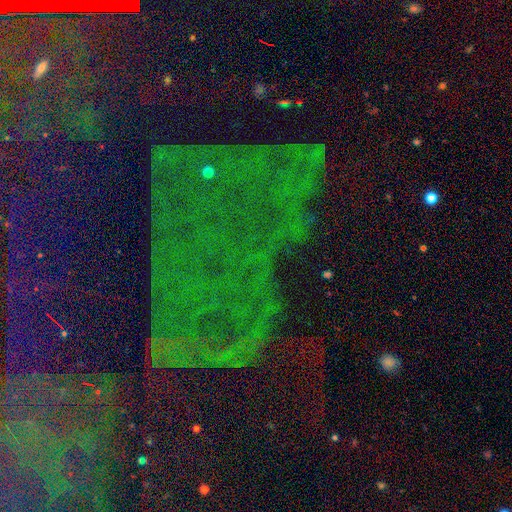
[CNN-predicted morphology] A star or artifact, not a galaxy (80%).

Vote fractions:
- Smooth or featured? star or artifact: 80% / featured or disk: 10% / smooth: 9%